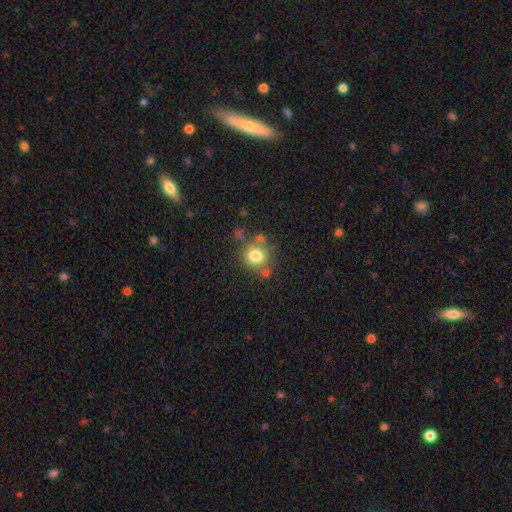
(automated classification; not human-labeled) Smooth or featured? smooth (77%)
How rounded? round (88%)
Merging? none (67%)